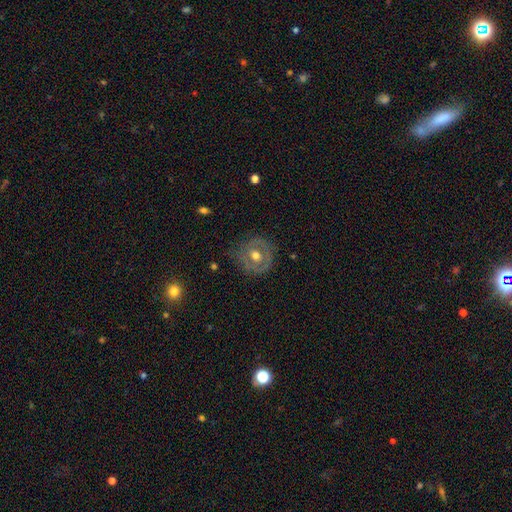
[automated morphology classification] This appears to be a featured or disk galaxy (52%). Merging: none (73%).